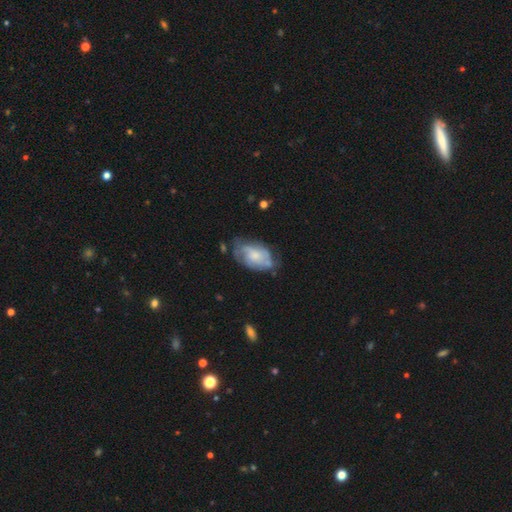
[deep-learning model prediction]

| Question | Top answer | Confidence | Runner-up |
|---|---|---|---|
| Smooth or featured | featured or disk | 54% | smooth (40%) |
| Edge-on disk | no | 95% | yes (5%) |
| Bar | no | 77% | weak (20%) |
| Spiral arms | yes | 62% | no (38%) |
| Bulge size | moderate | 41% | small (34%) |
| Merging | none | 50% | minor disturbance (31%) |